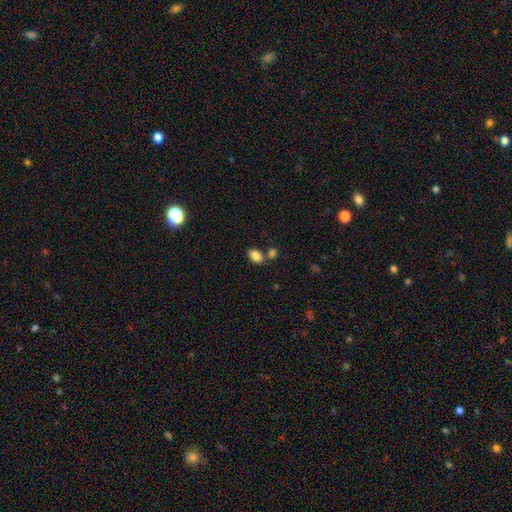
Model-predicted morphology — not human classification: Overall: smooth (86%). How rounded: in between (84%). Merging: none (66%).